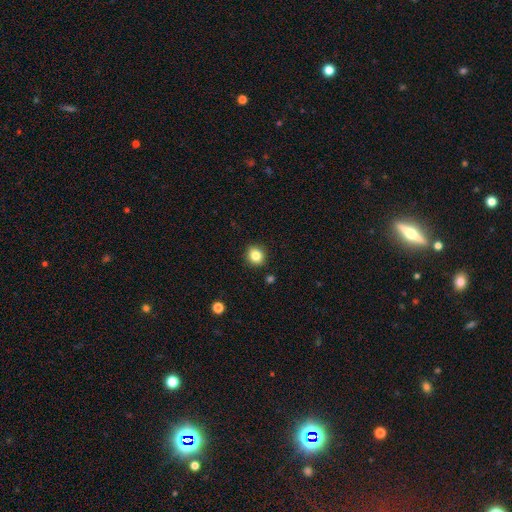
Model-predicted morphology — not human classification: This is clearly a smooth galaxy (83%). How rounded: likely round (79%). Merging: clearly none (89%).